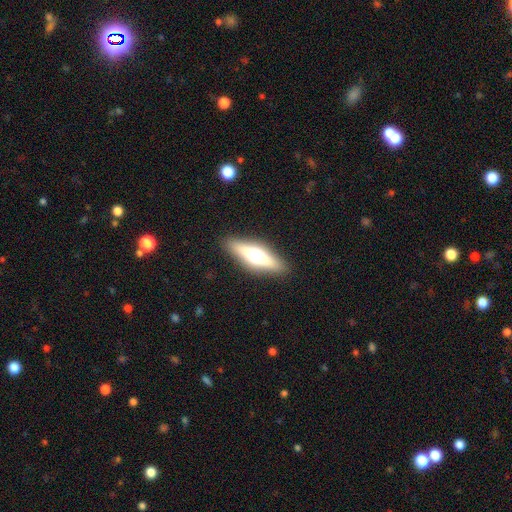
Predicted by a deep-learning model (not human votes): Q: Smooth or featured?
A: featured or disk (49%); runner-up: smooth (43%)
Q: Merging?
A: none (89%); runner-up: minor disturbance (8%)